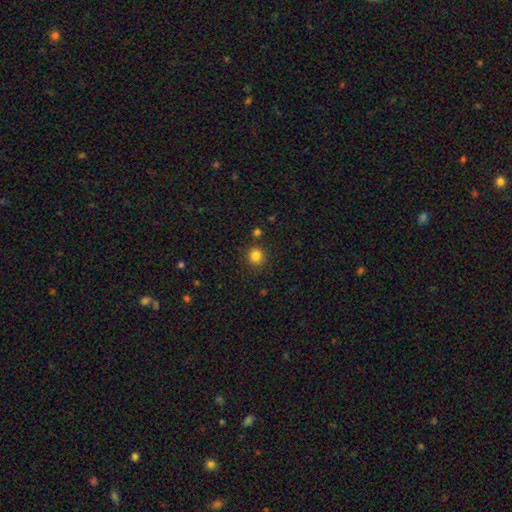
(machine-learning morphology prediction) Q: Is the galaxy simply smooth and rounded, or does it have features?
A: smooth — 83%.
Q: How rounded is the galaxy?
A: round — 93%.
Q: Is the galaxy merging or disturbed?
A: none — 88%.